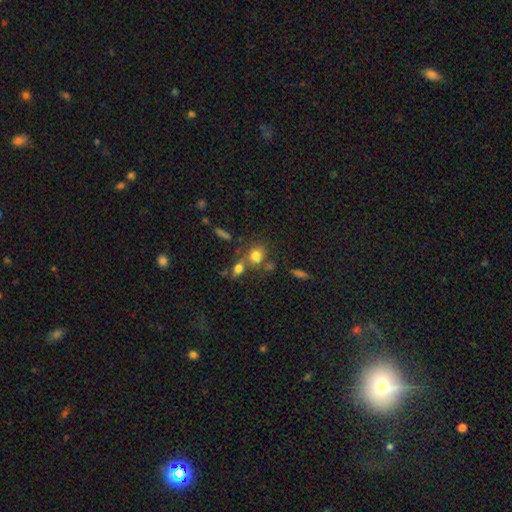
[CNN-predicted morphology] smooth 76%, star or artifact 13%, featured or disk 11%. Down the decision tree: how rounded — round (73%); merging — none (50%).